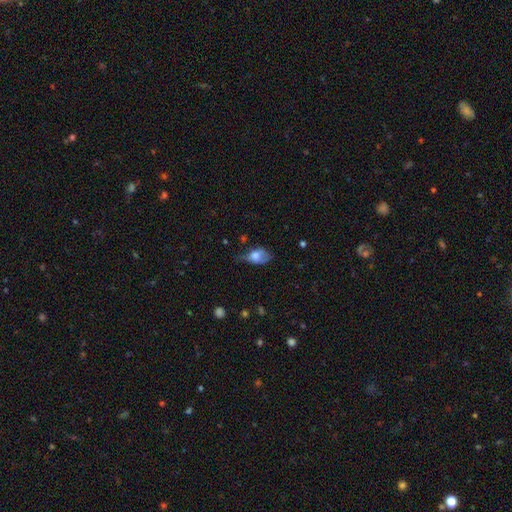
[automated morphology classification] Overall: smooth (66%). How rounded: in between (82%). Merging: minor disturbance (41%; none 28%).